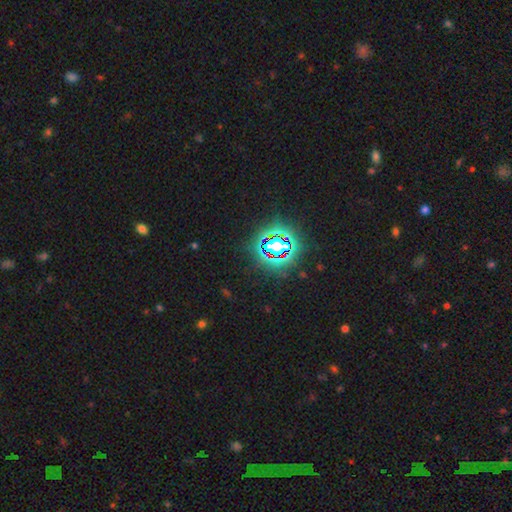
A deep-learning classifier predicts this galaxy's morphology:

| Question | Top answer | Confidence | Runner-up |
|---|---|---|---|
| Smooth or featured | star or artifact | 82% | smooth (11%) |